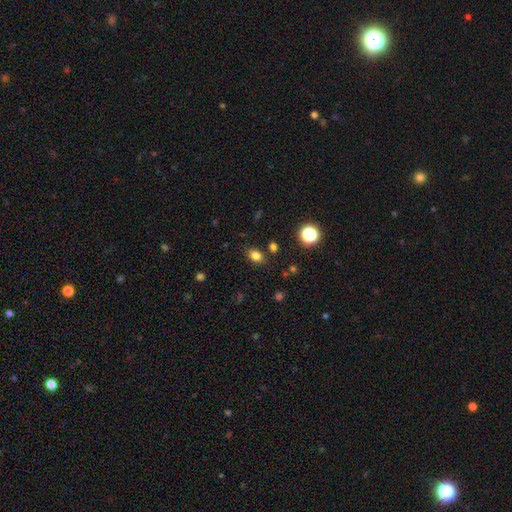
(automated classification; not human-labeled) smooth_or_featured: smooth (p=0.80) [alt: star or artifact p=0.14]
how_rounded: in between (p=0.71) [alt: round p=0.27]
merging: none (p=0.82) [alt: minor disturbance p=0.11]